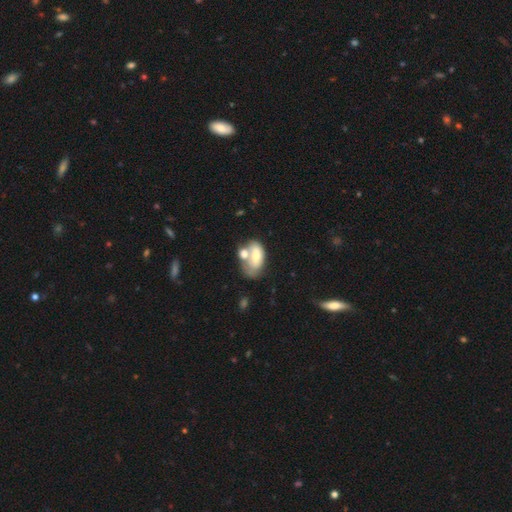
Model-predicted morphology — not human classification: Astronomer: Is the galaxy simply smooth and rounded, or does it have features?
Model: smooth — 60%.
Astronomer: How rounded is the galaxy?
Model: in between — 90%.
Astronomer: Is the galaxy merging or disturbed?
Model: merger — 52%.